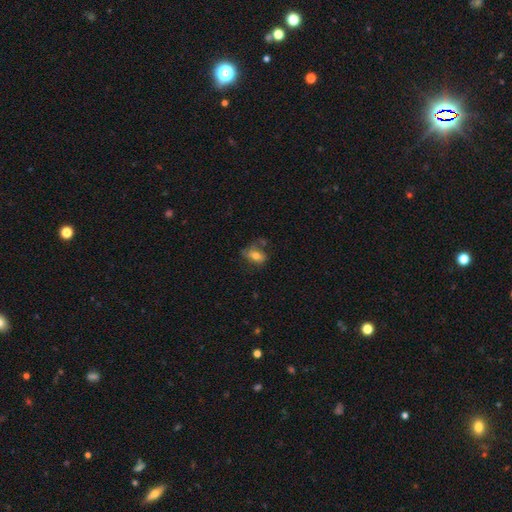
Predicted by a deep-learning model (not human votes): This is likely a smooth galaxy (66%). How rounded: clearly in between (81%). Merging: possibly none (50%).